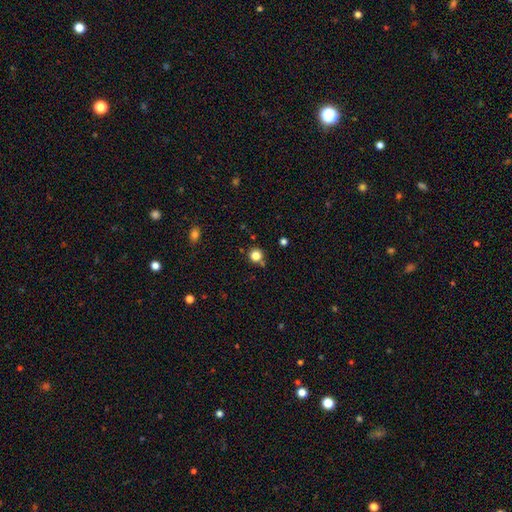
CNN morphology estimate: This appears to be a smooth galaxy with no disk features (82%) that is round (94%). Merging: none (80%).